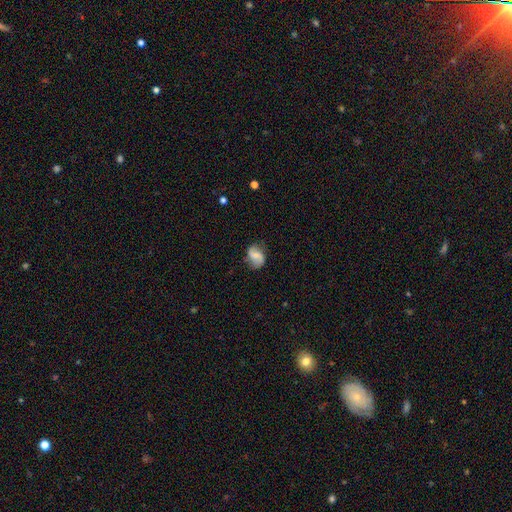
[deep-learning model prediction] A featured or disk galaxy (57%) with a weak bar (45%), spiral arms (90%) and a small central bulge (42%). Merging: none (70%).